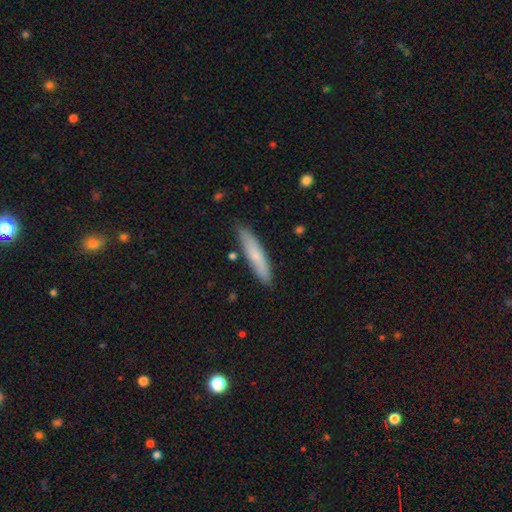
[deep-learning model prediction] Overall: smooth (71%). How rounded: cigar-shaped (87%). Merging: none (85%).